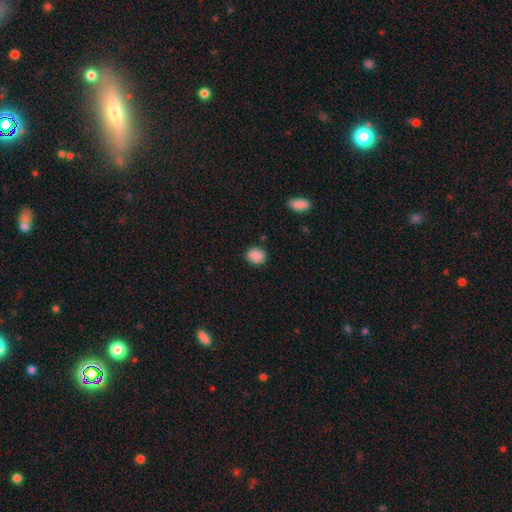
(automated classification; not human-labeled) A smooth galaxy with no disk features (88%) that is round (58%). Merging: none (83%).